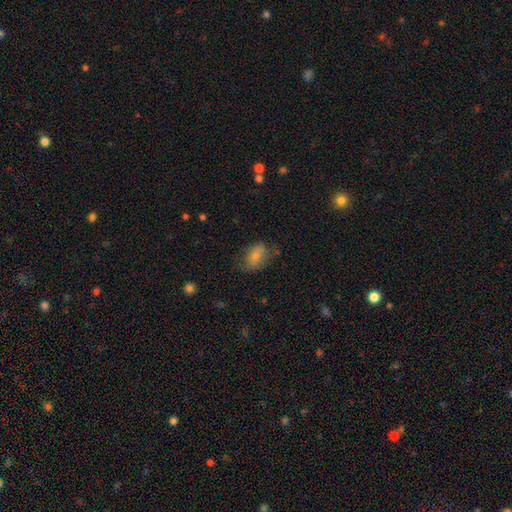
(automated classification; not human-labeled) Smooth or featured? smooth (72%)
How rounded? in between (85%)
Merging? none (56%)